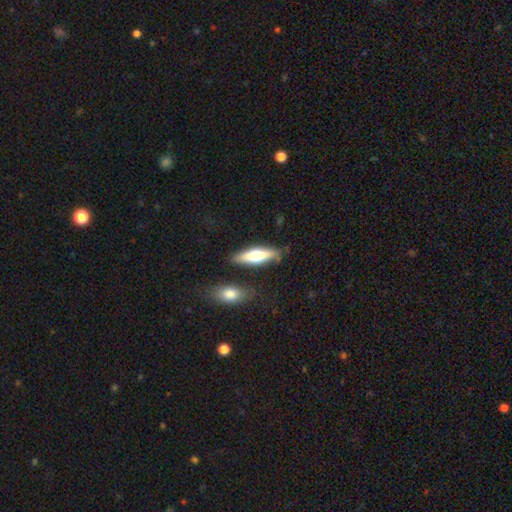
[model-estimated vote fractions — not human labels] This appears to be a smooth galaxy with no disk features (57%) that is cigar-shaped (58%). Merging: none (79%).